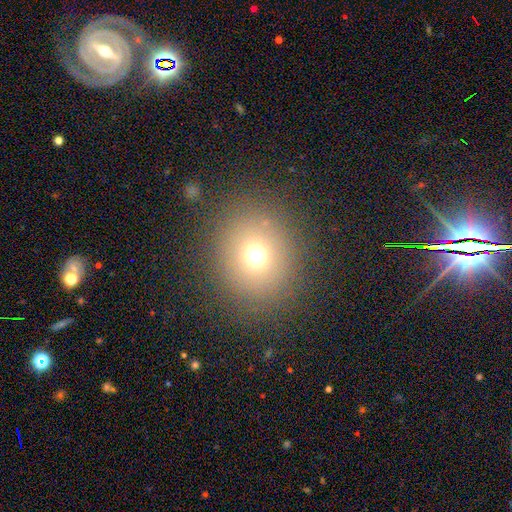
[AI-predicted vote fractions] Smooth or featured? smooth (68%)
How rounded? round (81%)
Merging? none (85%)